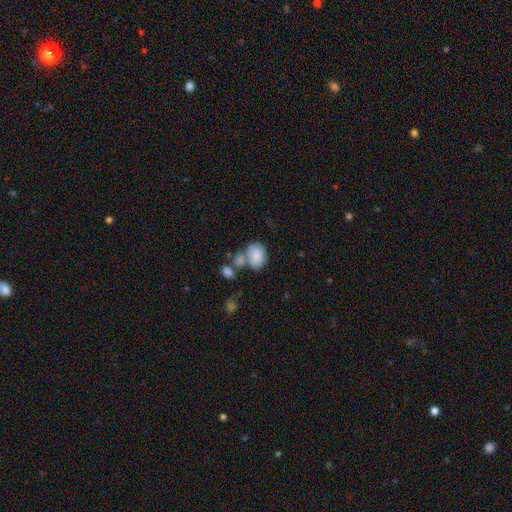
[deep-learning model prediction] Smooth or featured? smooth (80%)
How rounded? in between (59%)
Merging? none (41%)